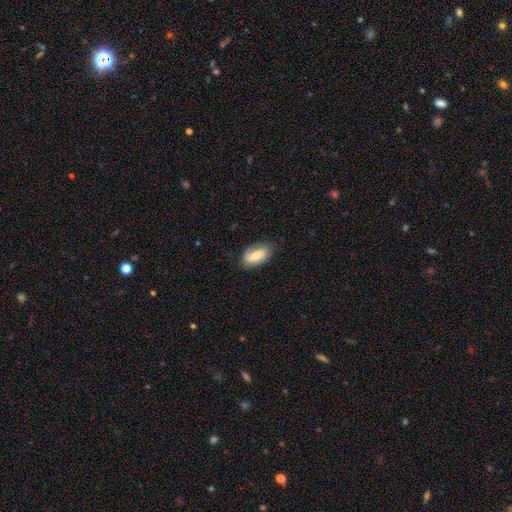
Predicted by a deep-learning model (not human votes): A smooth galaxy with no disk features (57%) that is in between round and cigar-shaped (92%).

Vote fractions:
- Smooth or featured? smooth: 57% / featured or disk: 36% / star or artifact: 7%
- How rounded? in between: 92% / round: 5% / cigar-shaped: 3%
- Merging? none: 78% / minor disturbance: 17% / major disturbance: 4% / merger: 1%